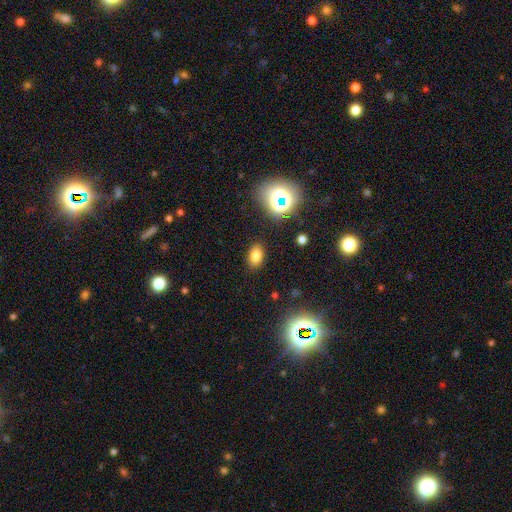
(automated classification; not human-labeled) The model was most divided on "smooth or featured": smooth: 76%, star or artifact: 17%, featured or disk: 8%. More confident: merging — none (86%); how rounded — in between (85%).